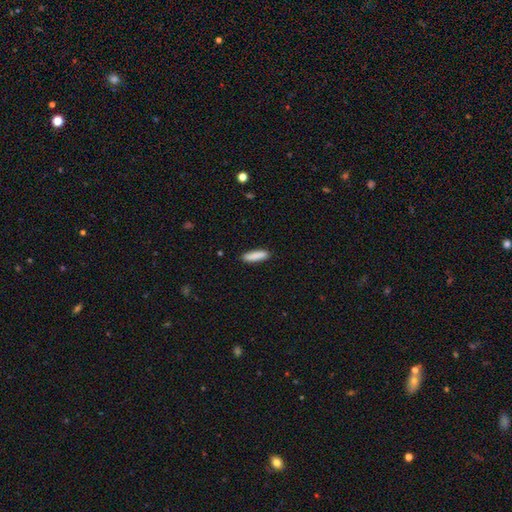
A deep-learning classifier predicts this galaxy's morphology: Q: Smooth or featured?
A: smooth (88%); runner-up: star or artifact (6%)
Q: How rounded?
A: cigar-shaped (64%); runner-up: in between (34%)
Q: Merging?
A: none (89%); runner-up: minor disturbance (8%)